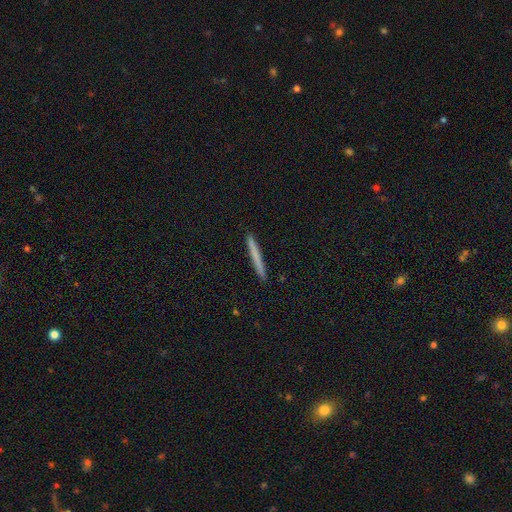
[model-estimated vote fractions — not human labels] A smooth galaxy with no disk features (70%) that is cigar-shaped (97%).

Vote fractions:
- Smooth or featured? smooth: 70% / featured or disk: 24% / star or artifact: 6%
- How rounded? cigar-shaped: 97% / in between: 2% / round: 1%
- Merging? none: 93% / minor disturbance: 5% / major disturbance: 1% / merger: 1%